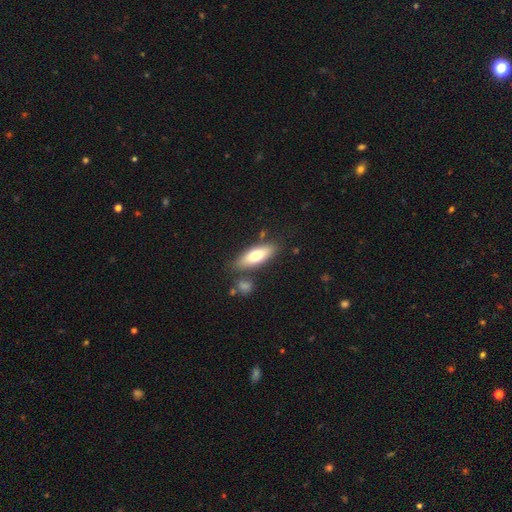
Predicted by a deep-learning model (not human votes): smooth_or_featured: smooth (p=0.69) [alt: featured or disk p=0.25]
how_rounded: in between (p=0.64) [alt: cigar-shaped p=0.34]
merging: none (p=0.78) [alt: minor disturbance p=0.12]